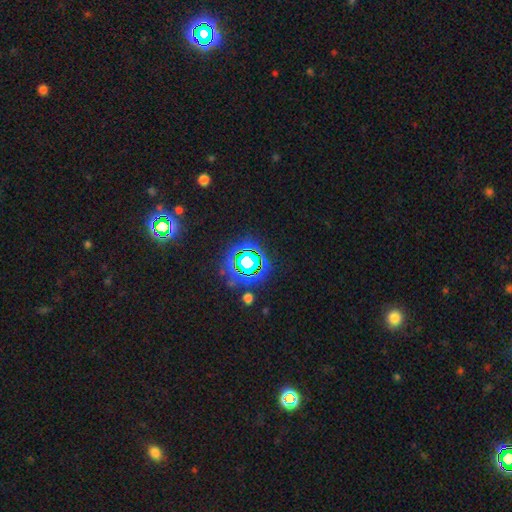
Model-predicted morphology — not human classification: Smooth or featured? star or artifact (81%)